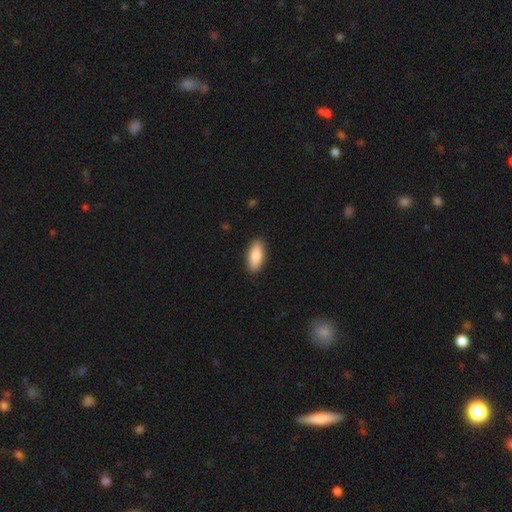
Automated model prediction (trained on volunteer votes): smooth 80%, featured or disk 15%, star or artifact 6%. Down the decision tree: how rounded — in between (78%); merging — none (89%).